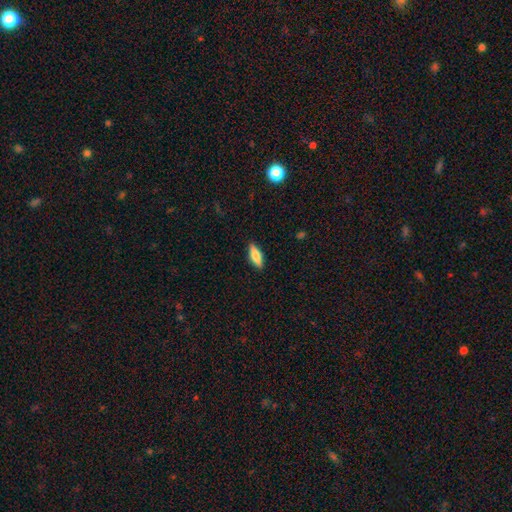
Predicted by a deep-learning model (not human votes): Smooth or featured?
  - smooth: 73% *
  - featured or disk: 21%
  - star or artifact: 6%
How rounded?
  - in between: 55% *
  - cigar-shaped: 43%
  - round: 2%
Merging?
  - none: 88% *
  - minor disturbance: 9%
  - major disturbance: 2%
  - merger: 1%